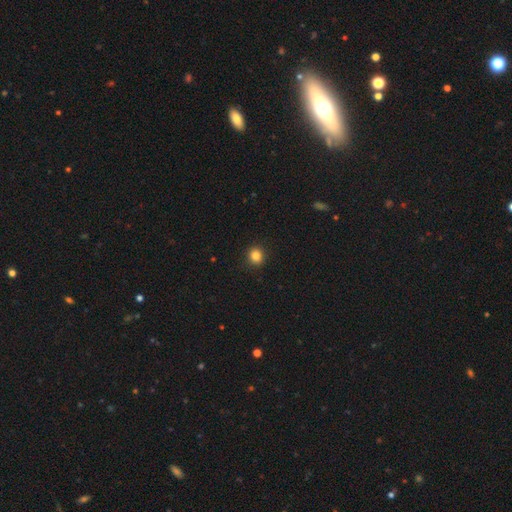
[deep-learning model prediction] The model was most divided on "smooth or featured": smooth: 84%, star or artifact: 12%, featured or disk: 4%. More confident: merging — none (92%); how rounded — round (88%).